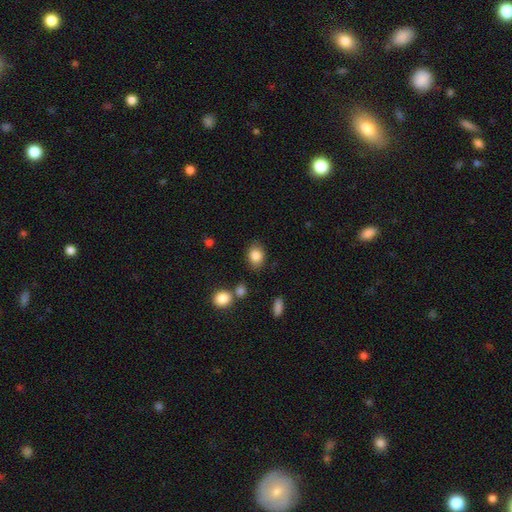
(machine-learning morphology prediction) This appears to be a smooth galaxy with no disk features (84%) that is in between round and cigar-shaped (64%). Merging: none (81%).